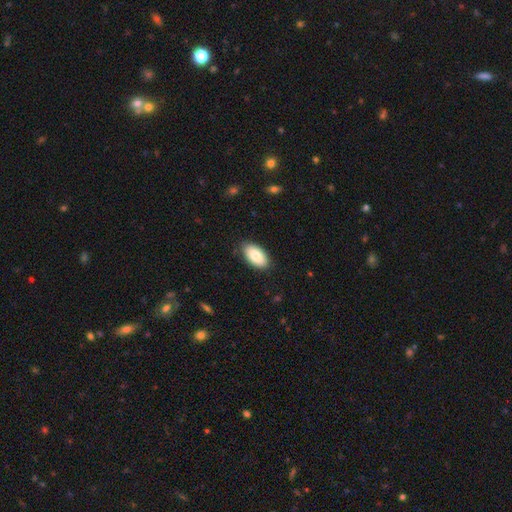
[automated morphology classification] smooth-or-featured: smooth: 85% | featured or disk: 9% | star or artifact: 6%
  how-rounded: in between: 95% | cigar-shaped: 3% | round: 2%
  merging: none: 86% | minor disturbance: 11% | major disturbance: 2% | merger: 1%